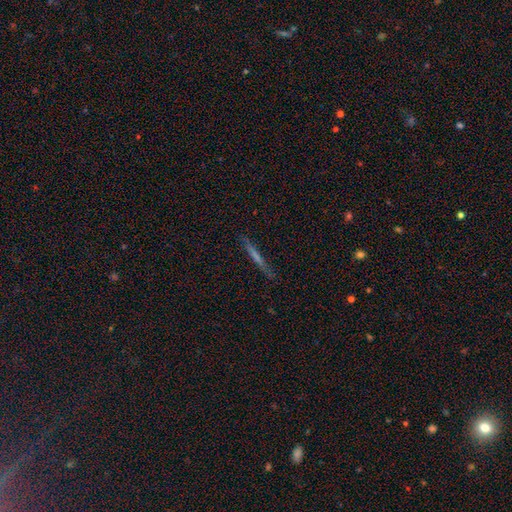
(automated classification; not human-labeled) This is possibly a featured or disk galaxy (48%). Merging: clearly none (88%).